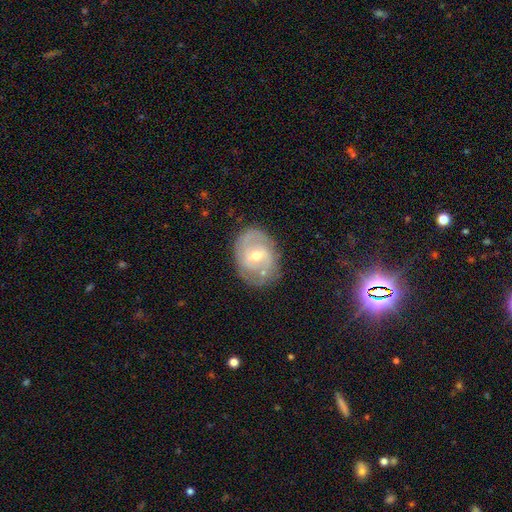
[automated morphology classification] This appears to be a featured or disk galaxy (71%) with a weak bar (48%), 2 (57%) tight (50%) spiral arms (75%) and a moderate central bulge (61%). Merging: none (72%).